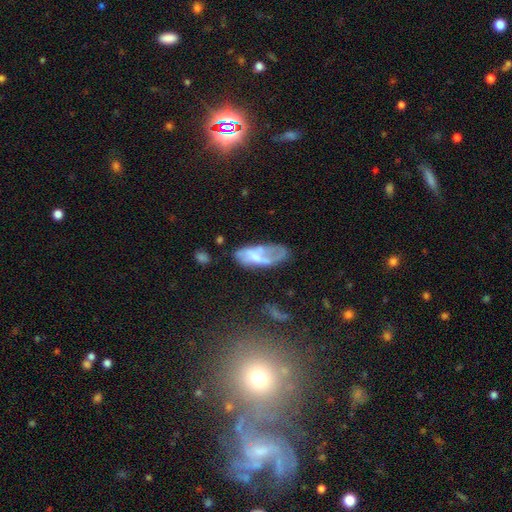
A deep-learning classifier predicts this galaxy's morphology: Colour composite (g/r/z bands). It shows a smooth galaxy with no disk features (46%, tied with featured or disk). Merging: none (33%).